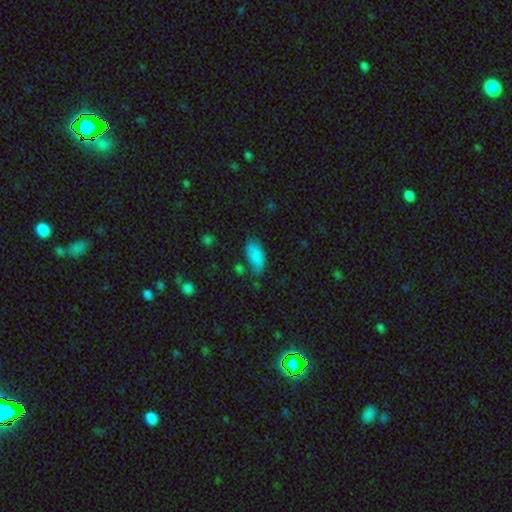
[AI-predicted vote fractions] Smooth or featured: smooth — 84% (star or artifact — 9%)
How rounded: in between — 92% (cigar-shaped — 5%)
Merging: none — 56% (minor disturbance — 28%)